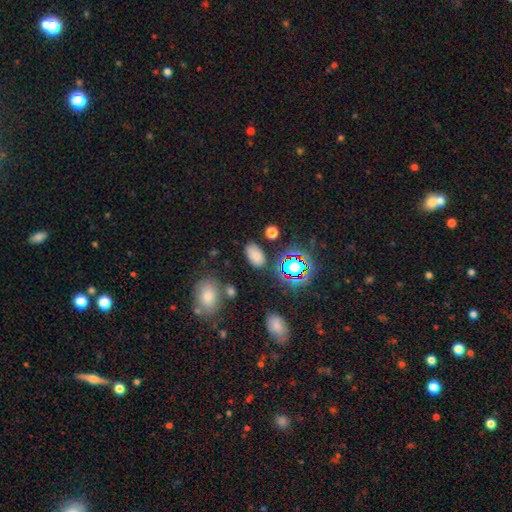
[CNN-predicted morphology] smooth 74%, star or artifact 18%, featured or disk 7%. Down the decision tree: how rounded — in between (92%); merging — none (80%).